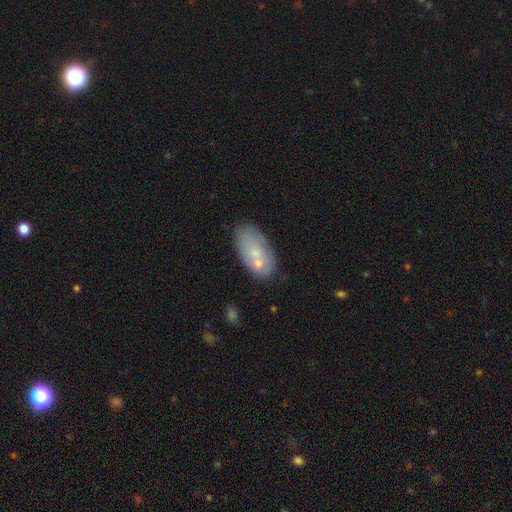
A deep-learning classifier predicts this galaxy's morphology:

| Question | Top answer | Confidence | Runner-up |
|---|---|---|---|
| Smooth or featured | smooth | 63% | featured or disk (29%) |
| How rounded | in between | 91% | round (5%) |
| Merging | none | 52% | minor disturbance (20%) |